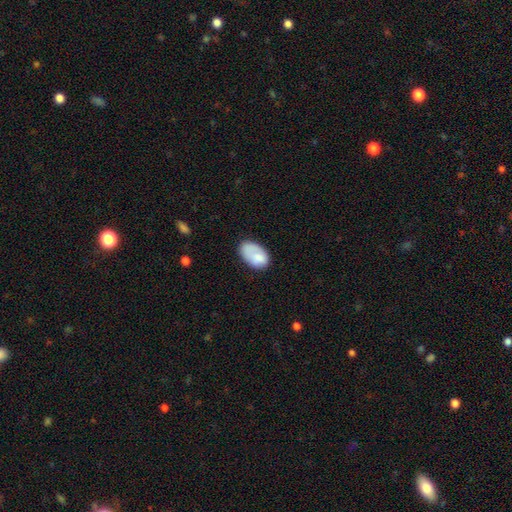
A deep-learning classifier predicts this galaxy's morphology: smooth_or_featured: smooth (p=0.76) [alt: featured or disk p=0.17]
how_rounded: in between (p=0.91) [alt: round p=0.08]
merging: none (p=0.50) [alt: minor disturbance p=0.30]